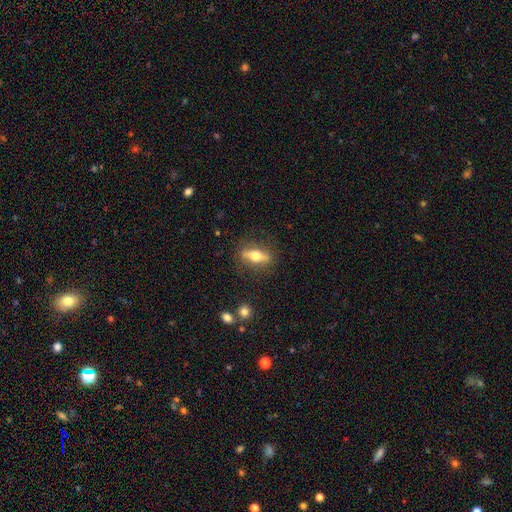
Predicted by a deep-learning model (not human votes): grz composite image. It shows a featured or disk galaxy (48%). Merging: none (82%).